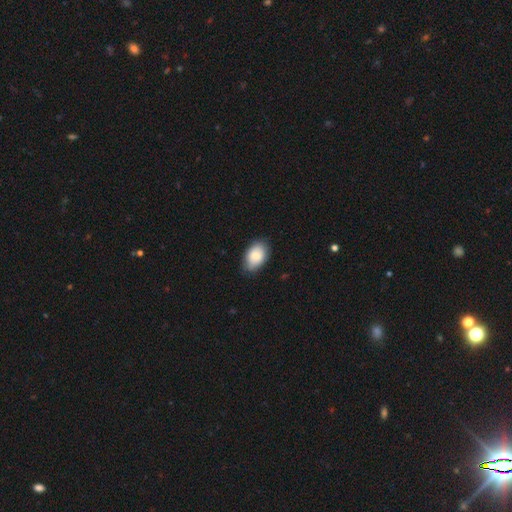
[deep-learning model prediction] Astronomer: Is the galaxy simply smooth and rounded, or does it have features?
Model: smooth — 74%.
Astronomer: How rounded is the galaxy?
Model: in between — 87%.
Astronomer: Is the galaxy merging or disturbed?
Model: none — 77%.